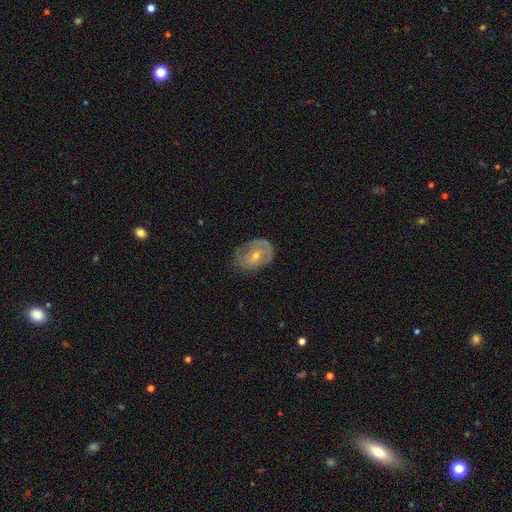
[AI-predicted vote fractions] Morphology: type=featured or disk (64%); edge-on=no (95%); bar=no (58%); spiral arms=yes (67%); bulge=moderate (52%); merging=none (64%).